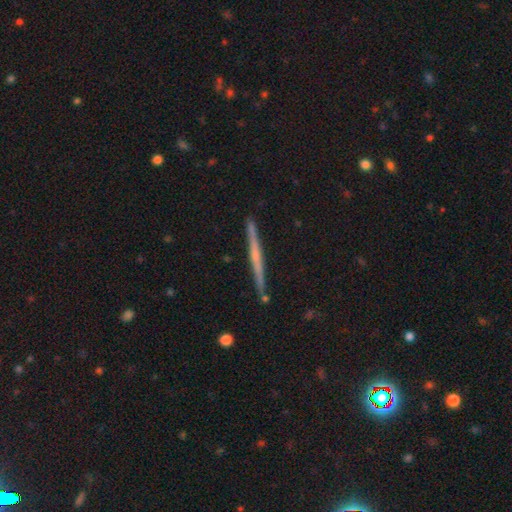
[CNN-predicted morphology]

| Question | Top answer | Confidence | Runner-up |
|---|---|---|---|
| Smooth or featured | featured or disk | 65% | smooth (30%) |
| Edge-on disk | yes | 98% | no (2%) |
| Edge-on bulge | none | 64% | rounded (28%) |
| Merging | none | 90% | minor disturbance (7%) |